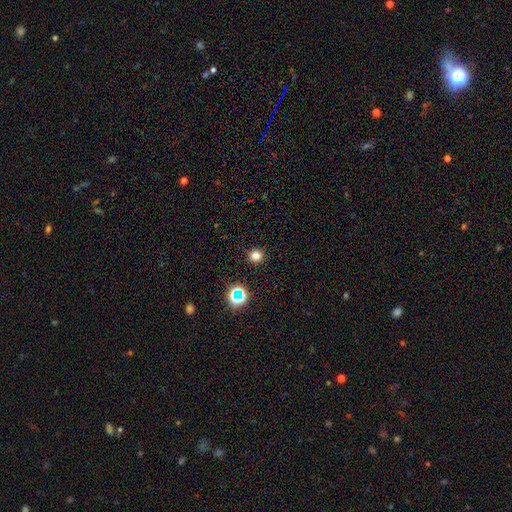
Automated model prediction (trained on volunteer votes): Overall: smooth (76%). How rounded: round (91%). Merging: none (91%).